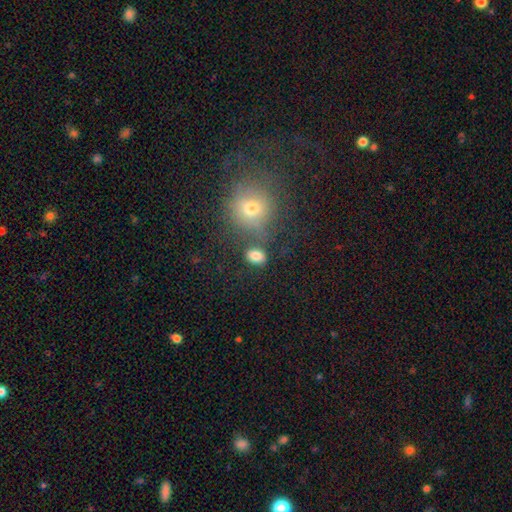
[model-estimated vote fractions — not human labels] Q: Smooth or featured?
A: smooth (82%); runner-up: star or artifact (12%)
Q: How rounded?
A: in between (69%); runner-up: round (29%)
Q: Merging?
A: none (71%); runner-up: minor disturbance (13%)